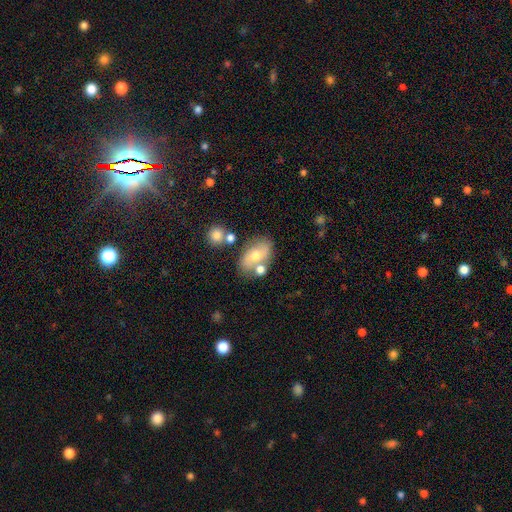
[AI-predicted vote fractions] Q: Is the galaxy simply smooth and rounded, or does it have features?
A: smooth — 50%.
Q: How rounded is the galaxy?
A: in between — 84%.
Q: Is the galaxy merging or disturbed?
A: none — 64%.